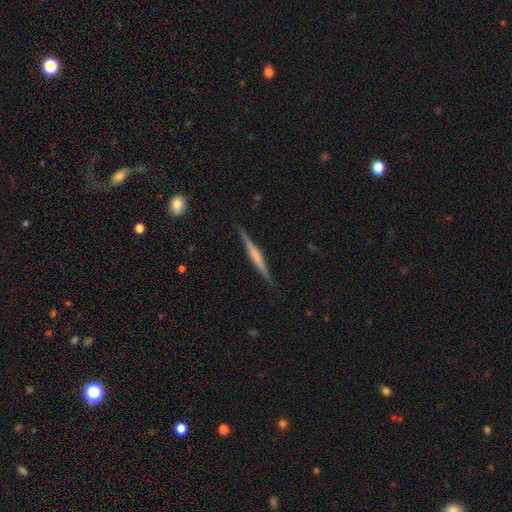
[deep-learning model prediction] Smooth or featured? Predicted: featured or disk (p=0.64). Edge-on disk? Predicted: yes (p=0.98). Edge-on bulge? Predicted: none (p=0.46). Merging? Predicted: none (p=0.89).